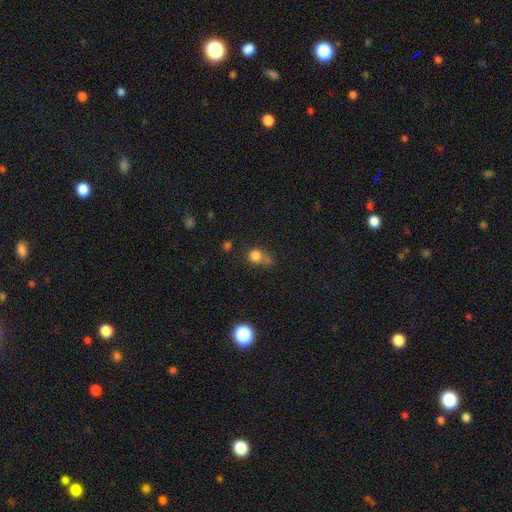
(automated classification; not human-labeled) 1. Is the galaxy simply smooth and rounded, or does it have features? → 78% smooth, 14% star or artifact, 8% featured or disk.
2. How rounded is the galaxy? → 79% round, 19% in between, 1% cigar-shaped.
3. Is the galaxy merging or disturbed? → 46% none, 22% merger, 21% minor disturbance, 11% major disturbance.